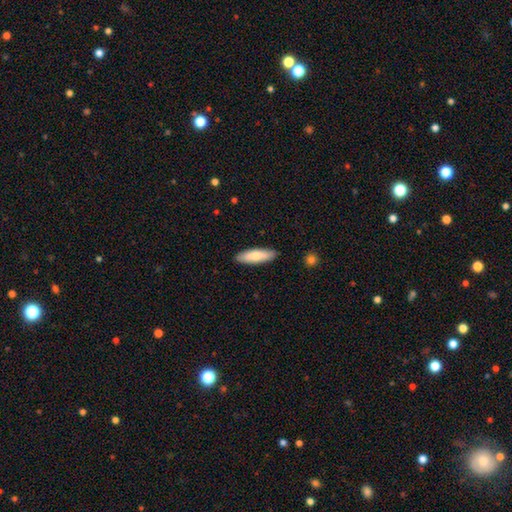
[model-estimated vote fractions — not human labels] A smooth galaxy with no disk features (78%) that is cigar-shaped (51%).

Vote fractions:
- Smooth or featured? smooth: 78% / featured or disk: 16% / star or artifact: 5%
- How rounded? cigar-shaped: 51% / in between: 47% / round: 2%
- Merging? none: 89% / minor disturbance: 8% / major disturbance: 2% / merger: 1%